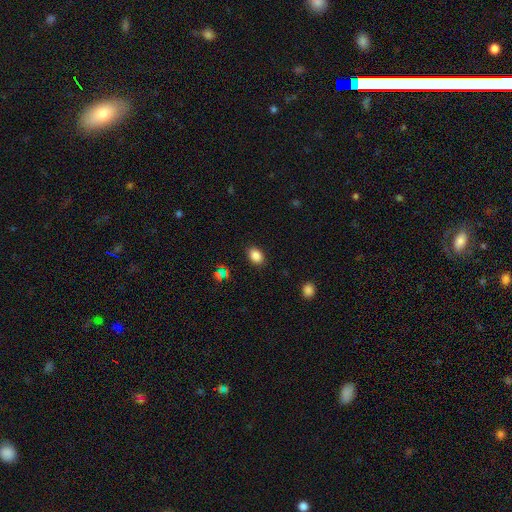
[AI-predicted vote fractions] A smooth galaxy with no disk features (85%) that is in between round and cigar-shaped (74%). Merging: none (88%).